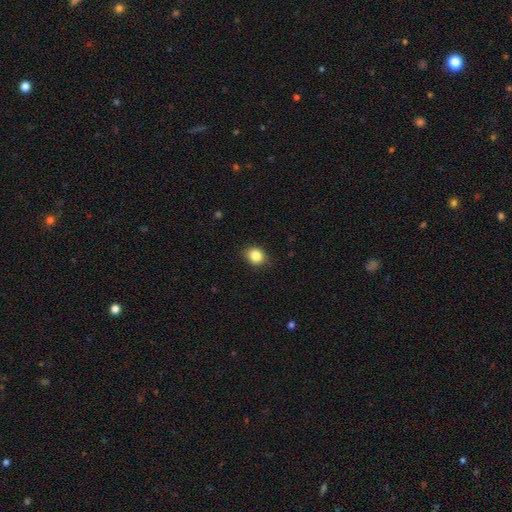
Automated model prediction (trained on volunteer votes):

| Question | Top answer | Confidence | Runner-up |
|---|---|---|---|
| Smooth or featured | smooth | 85% | star or artifact (10%) |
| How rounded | round | 63% | in between (36%) |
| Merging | none | 86% | minor disturbance (10%) |